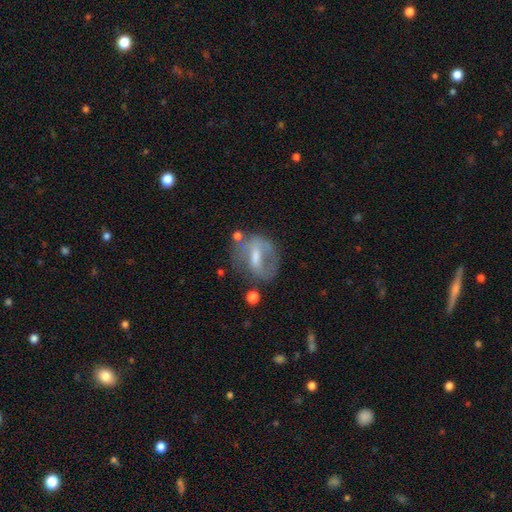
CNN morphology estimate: A featured or disk galaxy (55%) with a weak bar (43%), no spiral arms (60%) and a moderate central bulge (45%). Merging: none (50%).